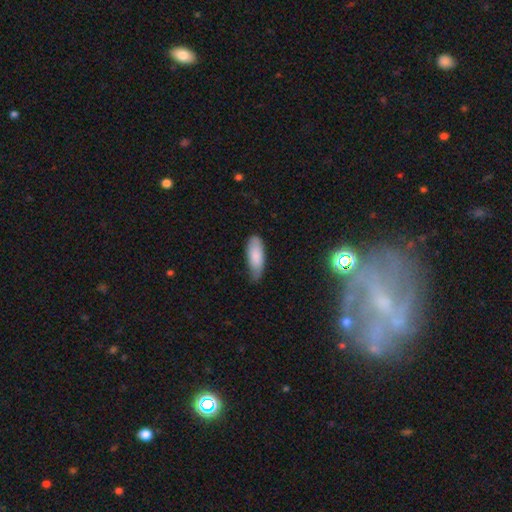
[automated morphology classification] smooth 84%, featured or disk 10%, star or artifact 6%. Down the decision tree: how rounded — in between (70%); merging — none (59%).